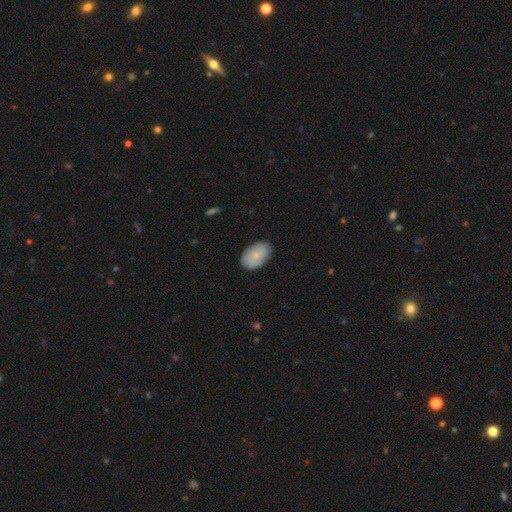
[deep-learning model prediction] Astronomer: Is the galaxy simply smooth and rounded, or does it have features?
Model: smooth — 80%.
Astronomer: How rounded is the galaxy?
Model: in between — 93%.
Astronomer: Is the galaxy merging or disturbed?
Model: none — 85%.